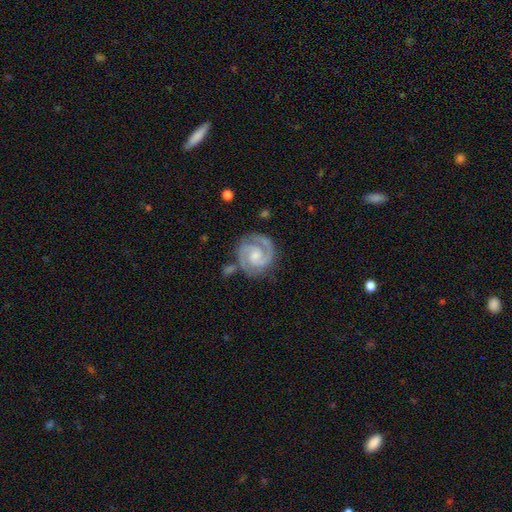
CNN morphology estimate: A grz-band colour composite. It shows a featured or disk galaxy (90%) with no bar (51%), 2 (89%) tight (56%) spiral arms (98%) and a small central bulge (45%). Merging: none (73%).